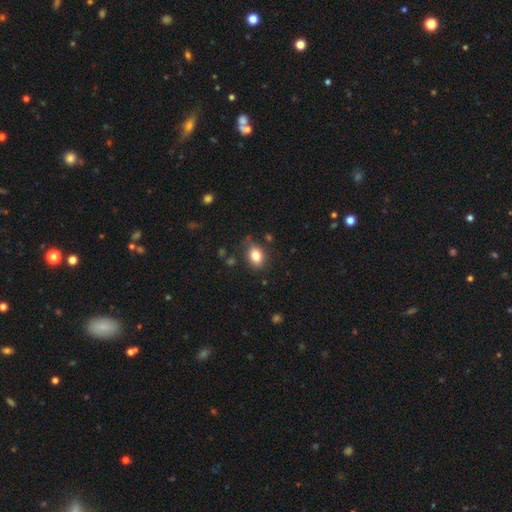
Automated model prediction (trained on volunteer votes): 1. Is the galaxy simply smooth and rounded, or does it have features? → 83% smooth, 9% star or artifact, 8% featured or disk.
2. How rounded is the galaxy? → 70% in between, 29% round, 1% cigar-shaped.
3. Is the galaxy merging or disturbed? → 77% none, 17% minor disturbance, 4% major disturbance, 2% merger.